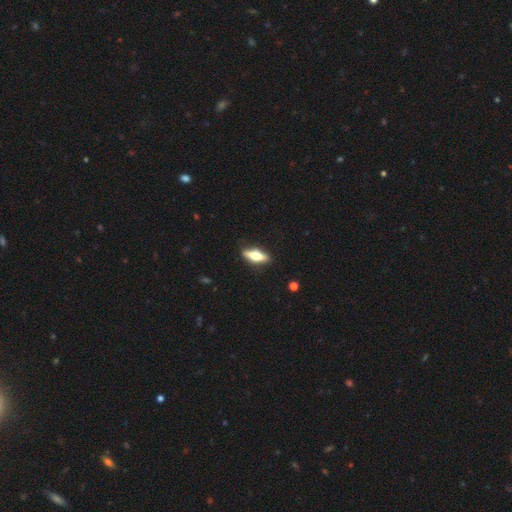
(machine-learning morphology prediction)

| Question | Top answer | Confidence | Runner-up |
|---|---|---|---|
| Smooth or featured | featured or disk | 49% | smooth (45%) |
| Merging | none | 87% | minor disturbance (10%) |